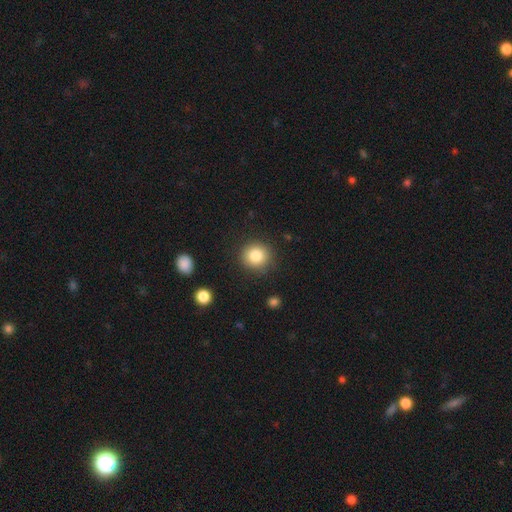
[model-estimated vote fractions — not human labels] A smooth galaxy with no disk features (83%) that is round (90%). Merging: none (88%).